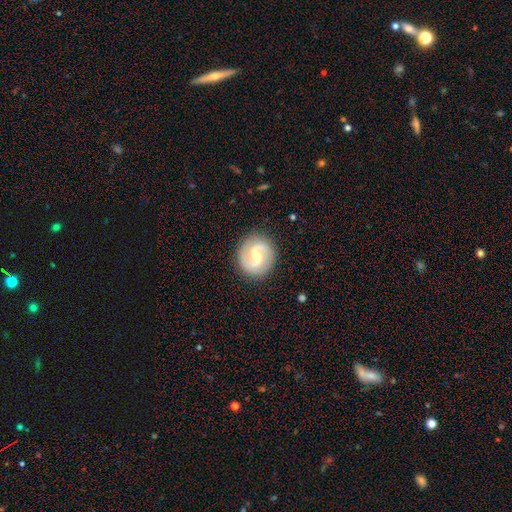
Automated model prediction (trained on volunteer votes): This is clearly a featured or disk galaxy (85%). It is clearly not viewed edge-on (98%). Bar: possibly weak (54%). Spiral arm pattern: clearly yes (96%). Spiral arm count: clearly 2 (93%). Spiral winding: possibly medium (54%). Central bulge: likely moderate (66%). Merging: clearly none (88%).